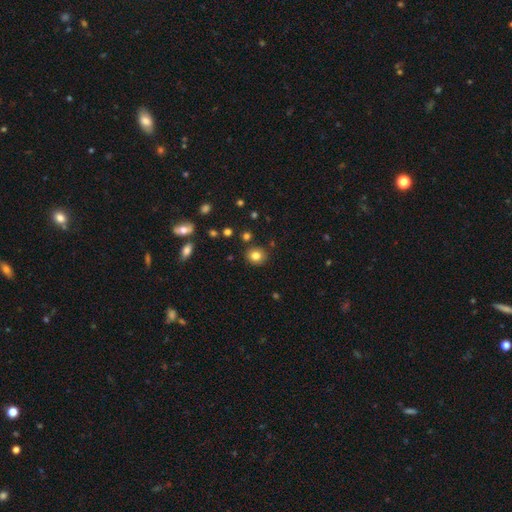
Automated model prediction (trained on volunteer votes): Smooth or featured? Predicted: smooth (p=0.81). How rounded? Predicted: round (p=0.81). Merging? Predicted: none (p=0.87).